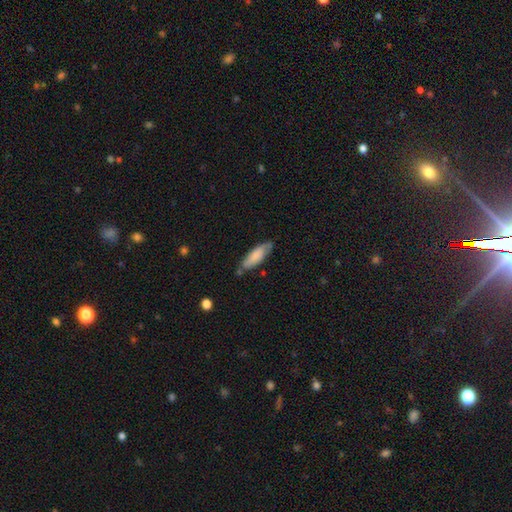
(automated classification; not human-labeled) Smooth or featured? smooth (74%)
How rounded? in between (53%)
Merging? none (66%)